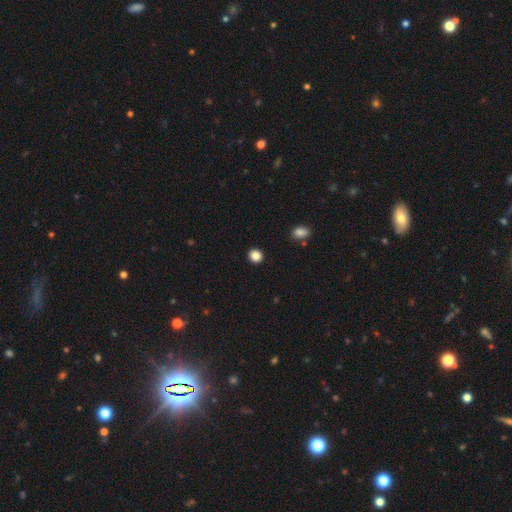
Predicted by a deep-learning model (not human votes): A smooth galaxy with no disk features (86%) that is round (85%).

Vote fractions:
- Smooth or featured? smooth: 86% / star or artifact: 10% / featured or disk: 3%
- How rounded? round: 85% / in between: 14% / cigar-shaped: 1%
- Merging? none: 92% / minor disturbance: 5% / major disturbance: 2% / merger: 1%